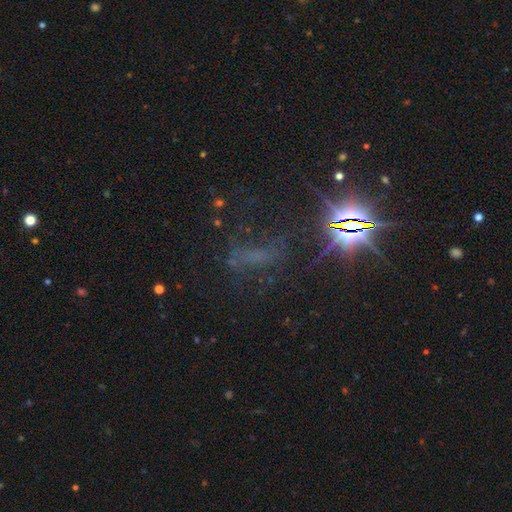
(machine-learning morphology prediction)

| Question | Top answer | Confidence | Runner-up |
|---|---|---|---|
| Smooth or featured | star or artifact | 57% | featured or disk (26%) |